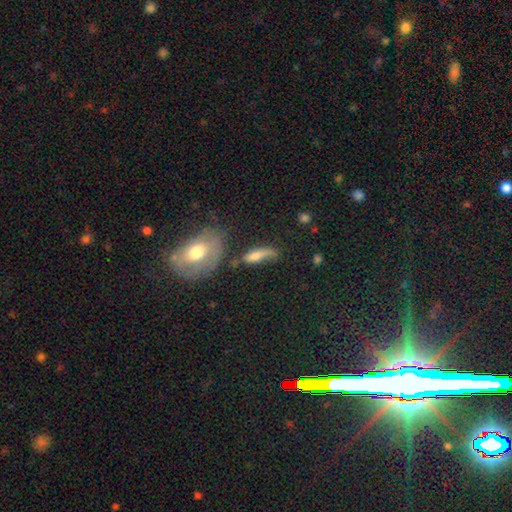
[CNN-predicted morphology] smooth-or-featured: smooth: 63% | featured or disk: 27% | star or artifact: 11%
  how-rounded: in between: 49% | cigar-shaped: 46% | round: 5%
  merging: none: 44% | minor disturbance: 26% | major disturbance: 17% | merger: 13%